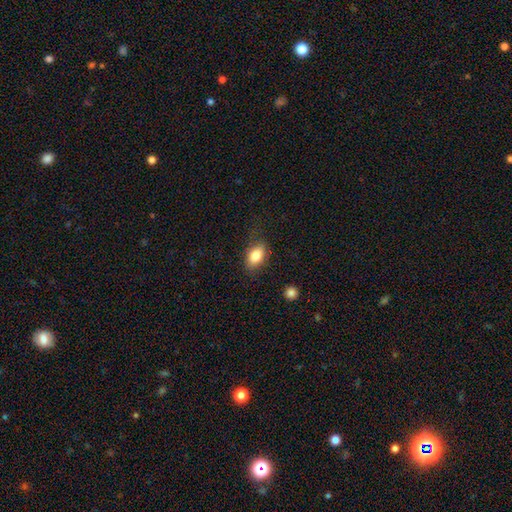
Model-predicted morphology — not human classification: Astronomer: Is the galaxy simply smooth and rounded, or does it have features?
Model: smooth — 82%.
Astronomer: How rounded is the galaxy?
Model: in between — 86%.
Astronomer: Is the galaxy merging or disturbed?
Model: none — 75%.